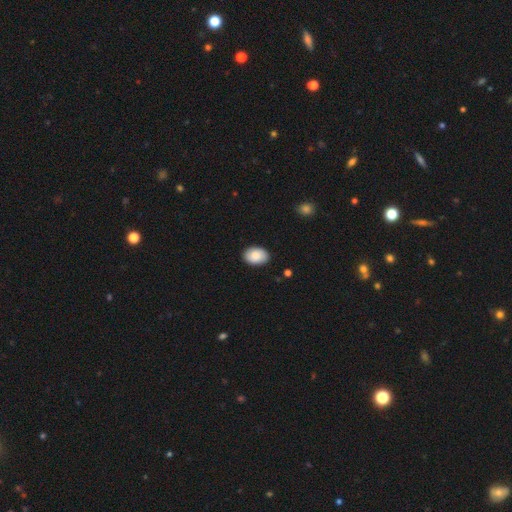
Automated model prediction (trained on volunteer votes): Morphology: type=smooth (87%); roundness=in between (86%); merging=none (87%).